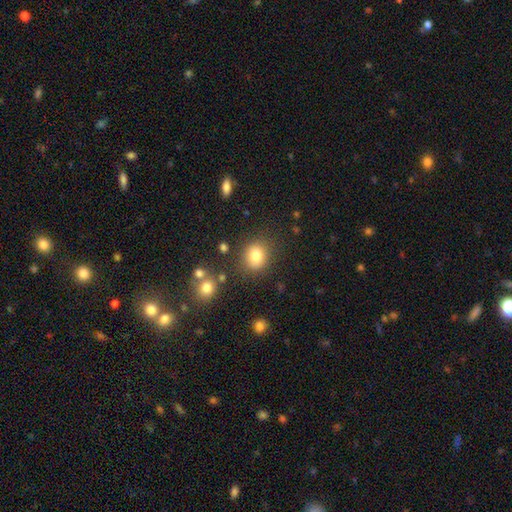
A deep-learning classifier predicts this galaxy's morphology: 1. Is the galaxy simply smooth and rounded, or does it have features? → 80% smooth, 12% star or artifact, 8% featured or disk.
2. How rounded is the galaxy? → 73% round, 26% in between, 1% cigar-shaped.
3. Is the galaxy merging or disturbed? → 80% none, 11% minor disturbance, 4% major disturbance, 4% merger.